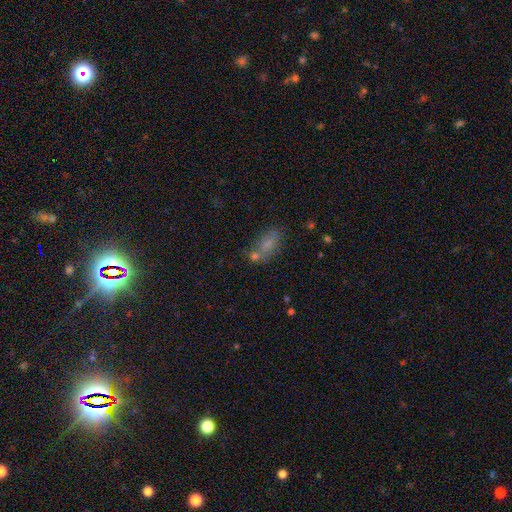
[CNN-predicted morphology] Overall: smooth (64%). How rounded: in between (82%). Merging: none (54%; merger 24%).